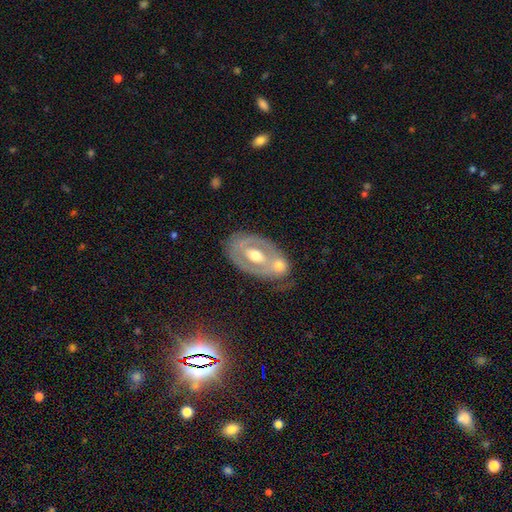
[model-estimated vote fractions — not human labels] This appears to be a featured or disk galaxy (70%) with no bar (52%), no spiral arms (53%) and a moderate central bulge (74%). Merging: none (43%).